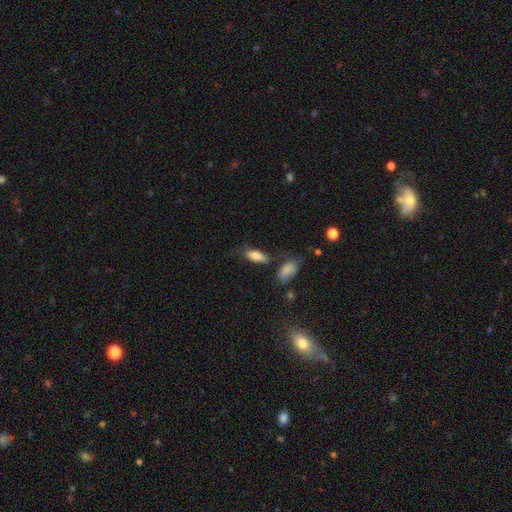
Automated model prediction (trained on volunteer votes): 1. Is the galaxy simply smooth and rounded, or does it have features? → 83% smooth, 9% featured or disk, 8% star or artifact.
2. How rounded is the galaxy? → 82% in between, 15% cigar-shaped, 3% round.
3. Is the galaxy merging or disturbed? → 60% none, 21% minor disturbance, 11% merger, 8% major disturbance.